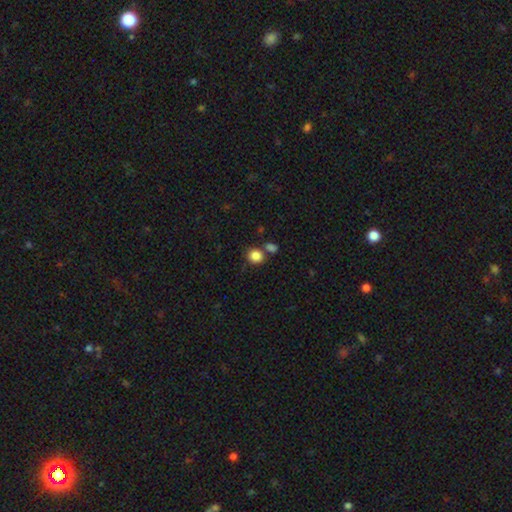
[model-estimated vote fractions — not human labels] Q: Smooth or featured?
A: smooth (86%); runner-up: star or artifact (10%)
Q: How rounded?
A: round (73%); runner-up: in between (26%)
Q: Merging?
A: none (66%); runner-up: merger (20%)